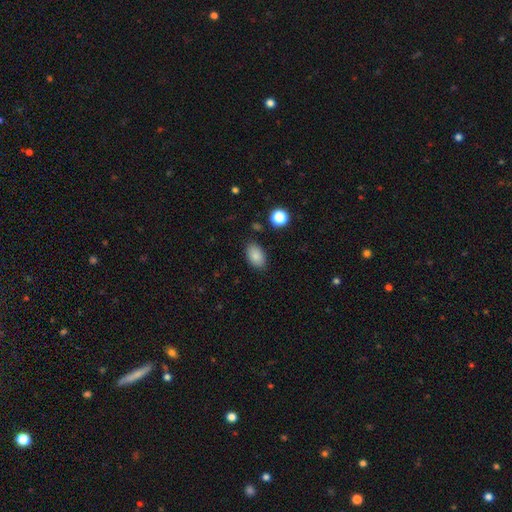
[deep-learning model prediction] Overall: smooth (85%). How rounded: in between (90%). Merging: none (83%).